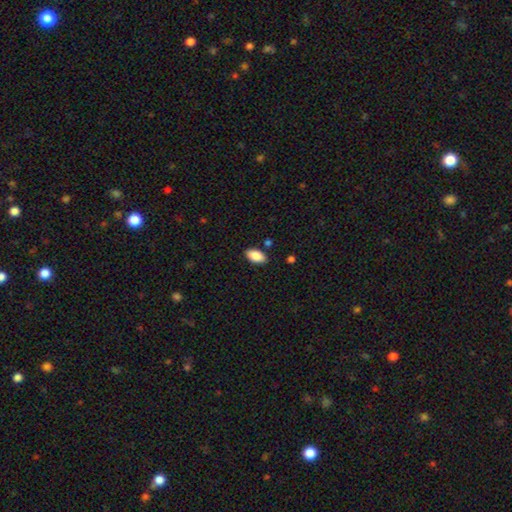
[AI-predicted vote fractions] Morphology: type=smooth (87%); roundness=in between (93%); merging=none (86%).